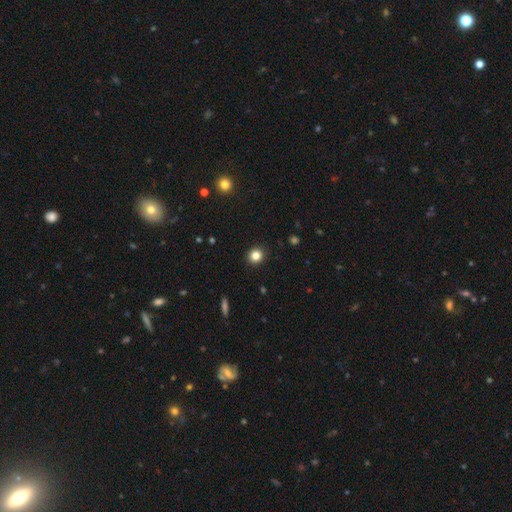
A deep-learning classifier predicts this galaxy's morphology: Smooth or featured: smooth — 83% (star or artifact — 12%)
How rounded: round — 88% (in between — 11%)
Merging: none — 92% (minor disturbance — 5%)